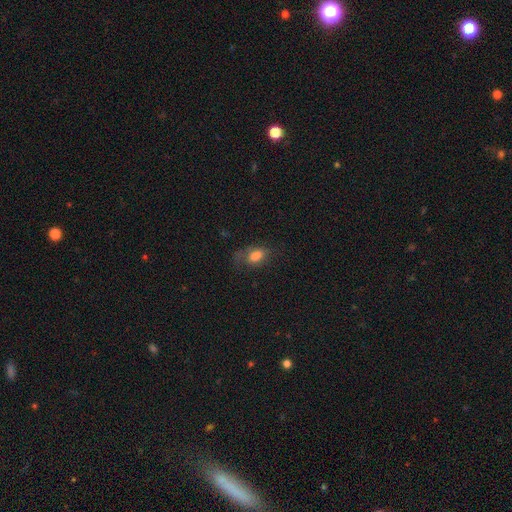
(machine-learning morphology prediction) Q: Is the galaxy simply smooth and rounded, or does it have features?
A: smooth — 76%.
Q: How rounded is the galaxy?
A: in between — 85%.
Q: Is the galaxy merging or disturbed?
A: none — 54%.